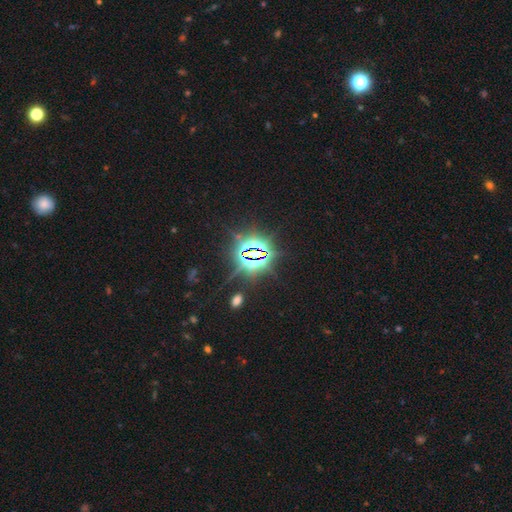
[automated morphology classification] Q: Smooth or featured?
A: star or artifact (84%); runner-up: smooth (10%)